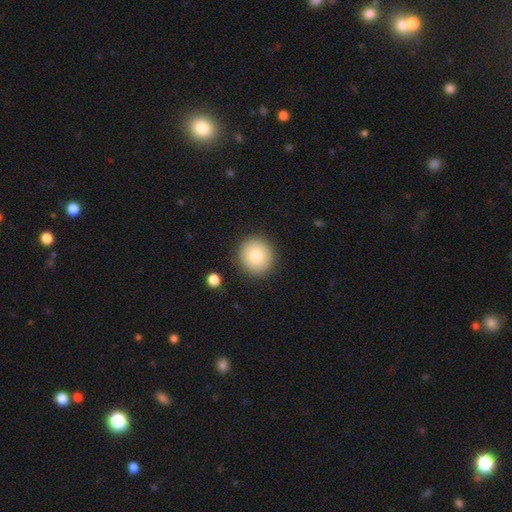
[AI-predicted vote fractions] Smooth or featured?
  - smooth: 80% *
  - featured or disk: 11%
  - star or artifact: 9%
How rounded?
  - round: 93% *
  - in between: 6%
  - cigar-shaped: 1%
Merging?
  - none: 89% *
  - minor disturbance: 7%
  - major disturbance: 2%
  - merger: 2%